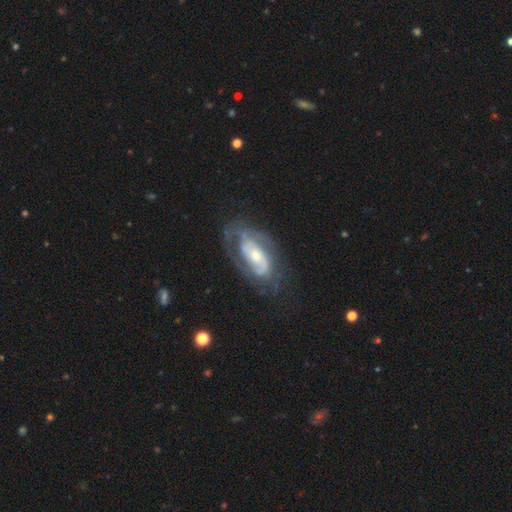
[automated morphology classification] Smooth or featured: featured or disk — 81% (smooth — 14%)
Edge-on disk: no — 94% (yes — 6%)
Bar: no — 56% (weak — 30%)
Spiral arms: yes — 87% (no — 13%)
Spiral winding: tight — 47% (medium — 38%)
Spiral arm count: 2 — 53% (can't tell — 27%)
Bulge size: small — 50% (moderate — 43%)
Merging: none — 62% (minor disturbance — 20%)